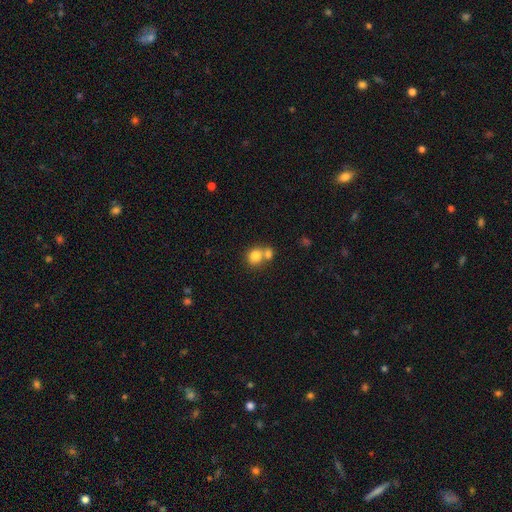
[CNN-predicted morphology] Smooth or featured: smooth — 81% (star or artifact — 10%)
How rounded: round — 76% (in between — 23%)
Merging: merger — 50% (none — 39%)